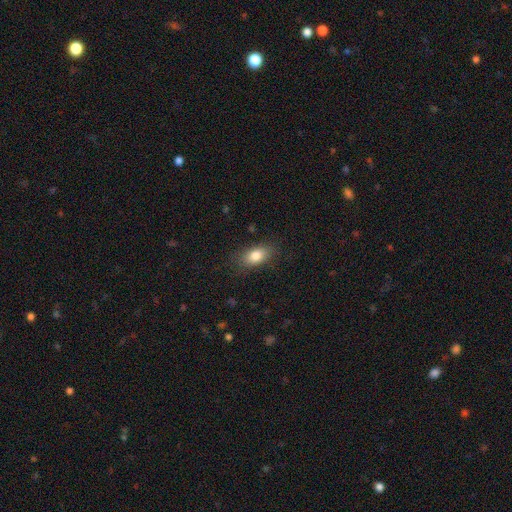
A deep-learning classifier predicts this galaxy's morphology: smooth-or-featured: smooth: 82% | featured or disk: 10% | star or artifact: 8%
  how-rounded: in between: 86% | round: 10% | cigar-shaped: 5%
  merging: none: 82% | minor disturbance: 13% | major disturbance: 4% | merger: 1%